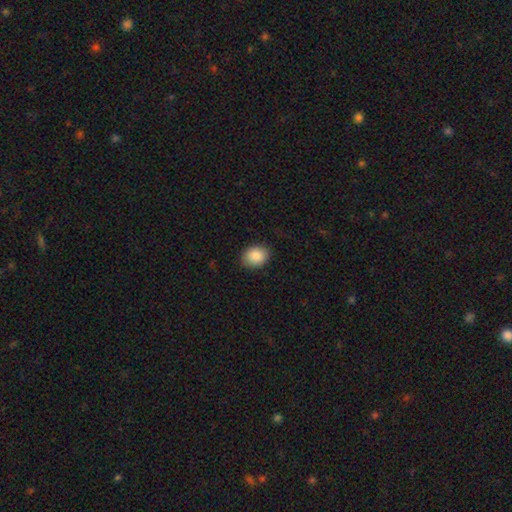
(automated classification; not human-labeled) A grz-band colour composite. It shows a smooth galaxy with no disk features (87%) that is in between round and cigar-shaped (53%). Merging: none (86%).